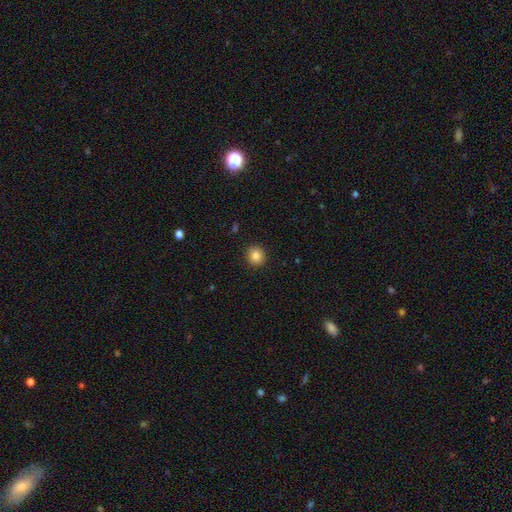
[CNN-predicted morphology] Overall: smooth (85%). How rounded: round (90%). Merging: none (92%).